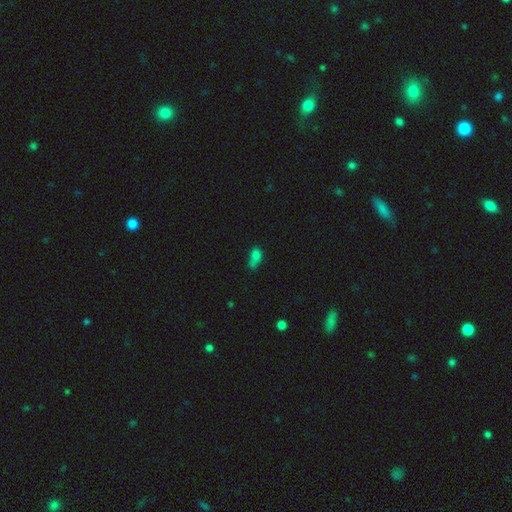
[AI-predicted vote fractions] Q: Smooth or featured?
A: smooth (72%); runner-up: star or artifact (15%)
Q: How rounded?
A: in between (69%); runner-up: round (26%)
Q: Merging?
A: none (31%); runner-up: merger (27%)